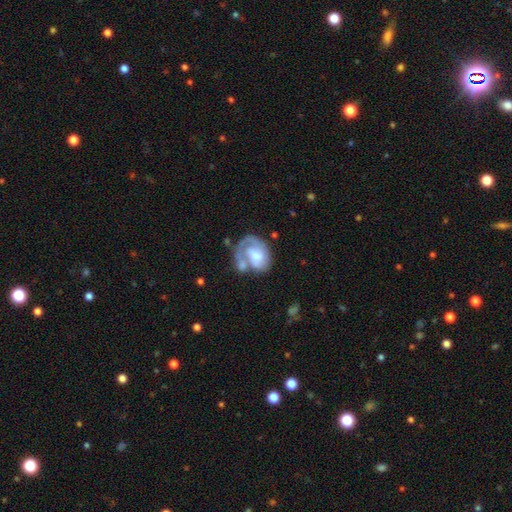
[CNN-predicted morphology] type=featured or disk (61%); edge-on=no (97%); bar=no (58%); spiral arms=yes (69%); bulge=moderate (36%); merging=none (33%).